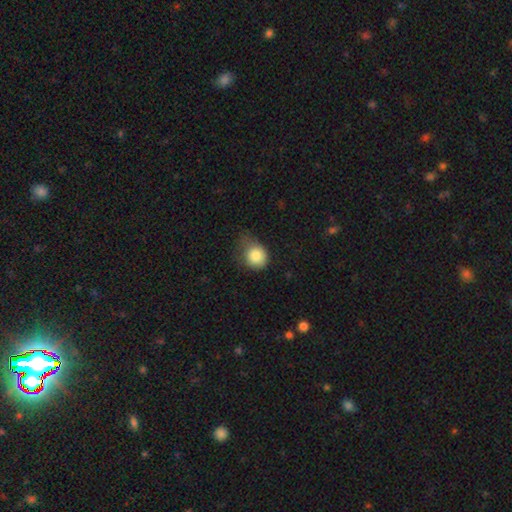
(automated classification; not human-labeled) The model was most divided on "merging": minor disturbance: 44%, none: 33%, major disturbance: 21%, merger: 2%. More confident: smooth or featured — smooth (84%); how rounded — round (71%).